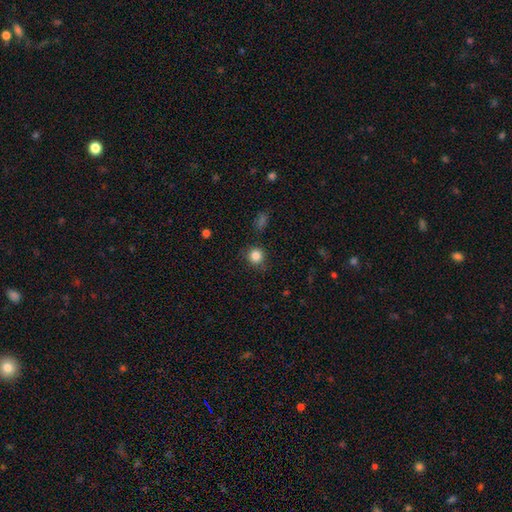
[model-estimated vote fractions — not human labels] Smooth or featured: smooth — 84% (star or artifact — 11%)
How rounded: round — 91% (in between — 9%)
Merging: none — 84% (minor disturbance — 11%)